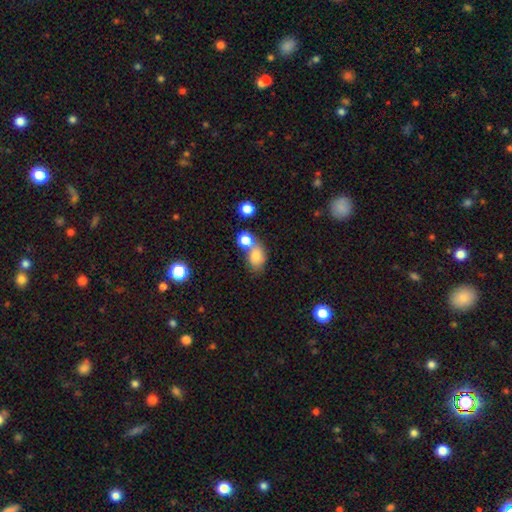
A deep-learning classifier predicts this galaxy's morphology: Overall: smooth (79%). How rounded: in between (66%; round 32%). Merging: none (41%; merger 40%).